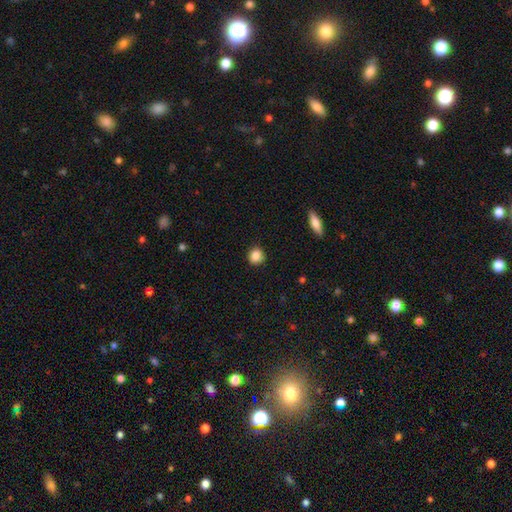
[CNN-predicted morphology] Smooth or featured: smooth — 87% (star or artifact — 9%)
How rounded: round — 84% (in between — 15%)
Merging: none — 89% (minor disturbance — 8%)